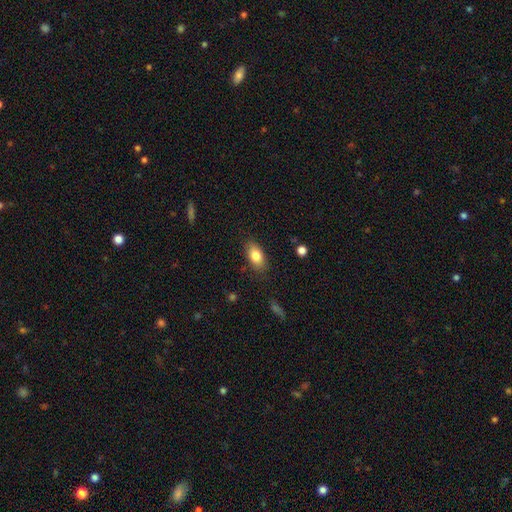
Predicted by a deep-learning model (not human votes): A smooth galaxy with no disk features (81%) that is in between round and cigar-shaped (89%). Merging: none (84%).